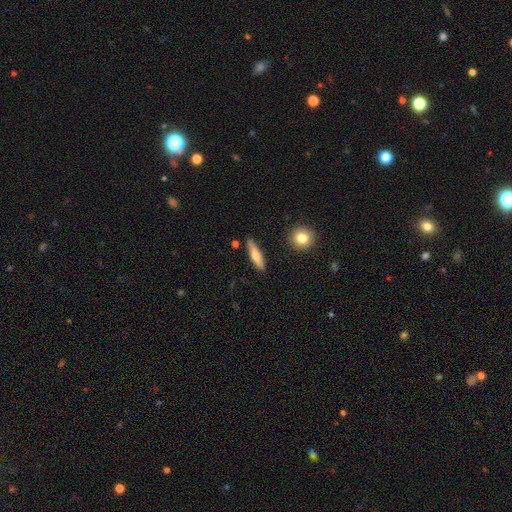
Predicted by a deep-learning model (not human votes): Smooth or featured: smooth — 66% (featured or disk — 28%)
How rounded: cigar-shaped — 73% (in between — 24%)
Merging: none — 84% (minor disturbance — 11%)